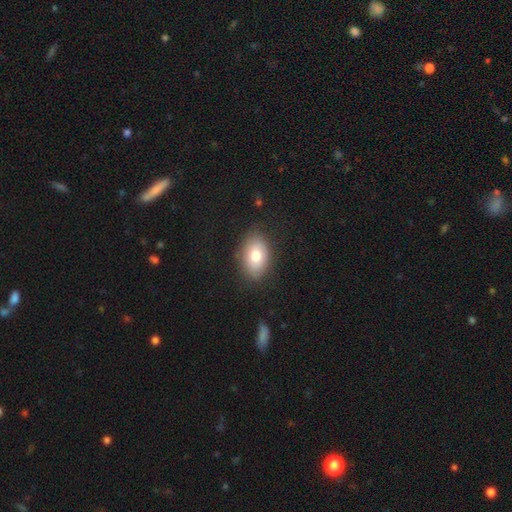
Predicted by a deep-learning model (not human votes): smooth 77%, featured or disk 15%, star or artifact 8%. Down the decision tree: how rounded — in between (87%); merging — none (81%).